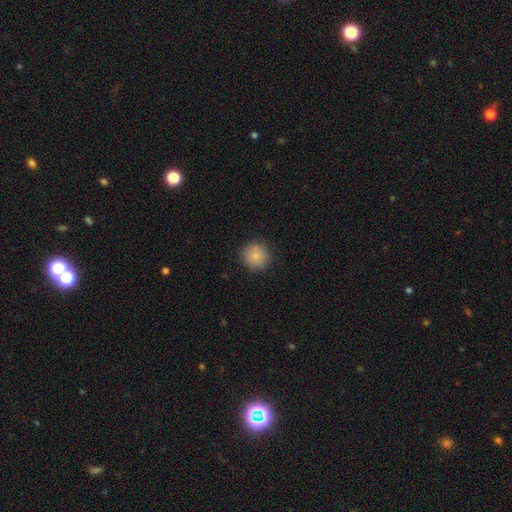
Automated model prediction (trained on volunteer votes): This is clearly a smooth galaxy (84%). How rounded: clearly round (93%). Merging: clearly none (88%).